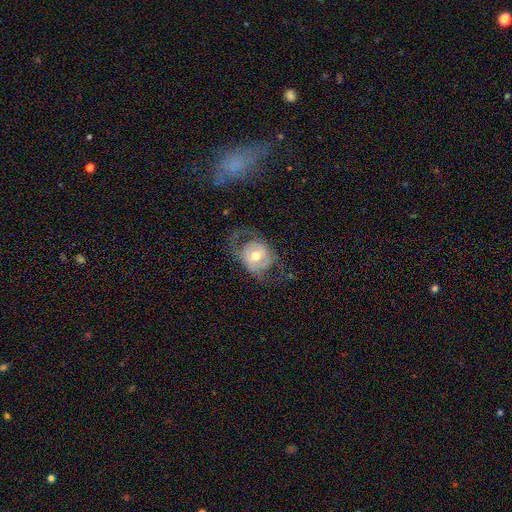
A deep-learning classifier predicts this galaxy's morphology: Smooth or featured? featured or disk (59%)
Edge-on disk? no (95%)
Bar? no (64%)
Spiral arms? yes (52%)
Bulge size? moderate (70%)
Merging? none (46%)